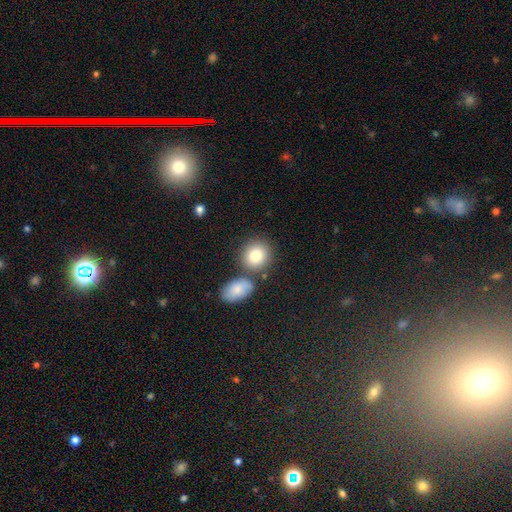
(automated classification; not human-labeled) This appears to be a smooth galaxy with no disk features (82%) that is round (78%). Merging: none (69%).